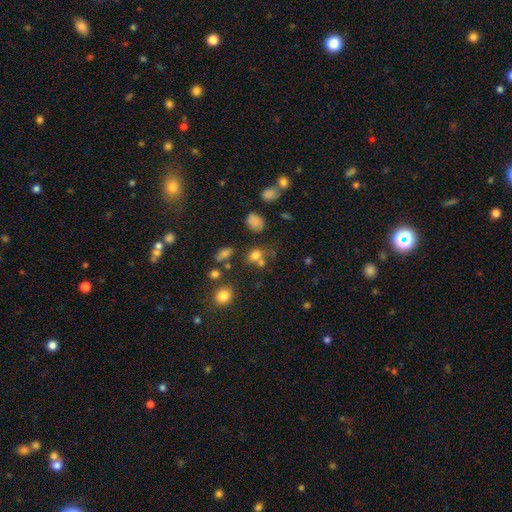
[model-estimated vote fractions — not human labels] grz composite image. It shows a smooth galaxy with no disk features (72%) that is round (57%). Merging: none (49%).